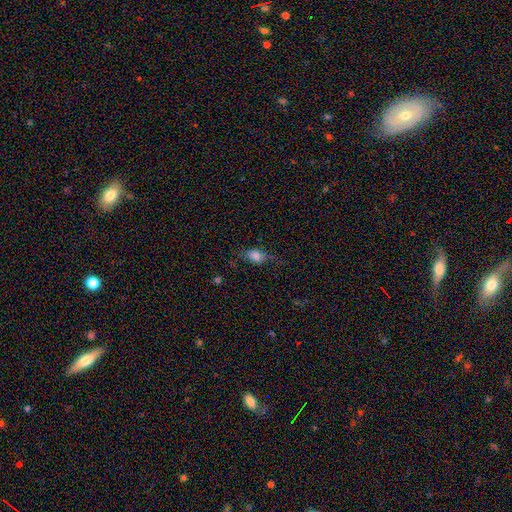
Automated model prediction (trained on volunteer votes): Morphology: type=smooth (68%); roundness=in between (73%); merging=none (58%).